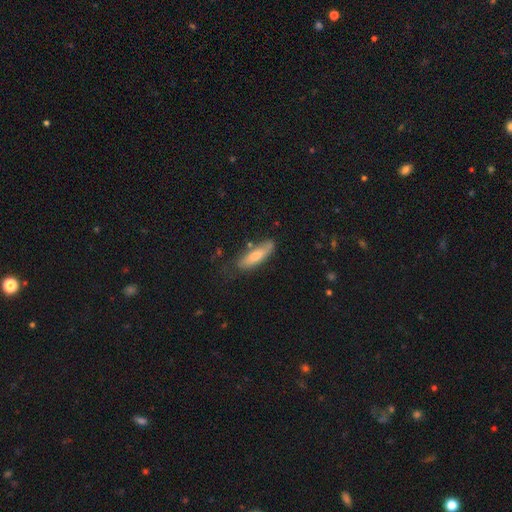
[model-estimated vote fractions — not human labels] Smooth or featured?
  - smooth: 75% *
  - featured or disk: 20%
  - star or artifact: 6%
How rounded?
  - cigar-shaped: 62% *
  - in between: 37%
  - round: 2%
Merging?
  - none: 69% *
  - minor disturbance: 22%
  - major disturbance: 5%
  - merger: 4%